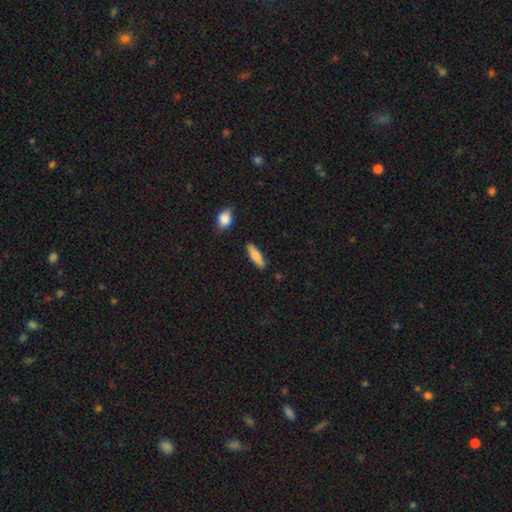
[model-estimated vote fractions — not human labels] Smooth or featured?
  - smooth: 74% *
  - featured or disk: 20%
  - star or artifact: 6%
How rounded?
  - cigar-shaped: 63% *
  - in between: 35%
  - round: 2%
Merging?
  - none: 86% *
  - minor disturbance: 9%
  - merger: 3%
  - major disturbance: 2%